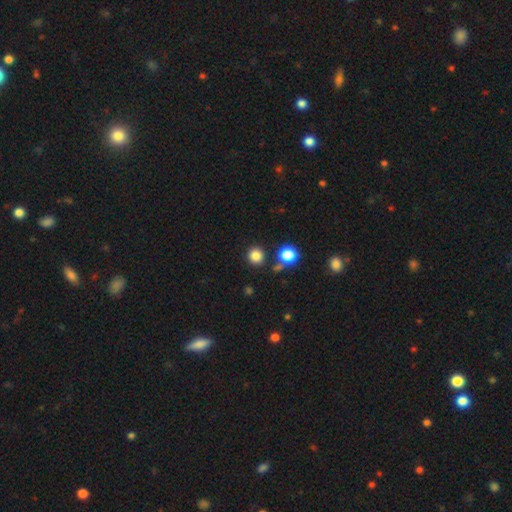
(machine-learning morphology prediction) smooth_or_featured: smooth (p=0.83) [alt: star or artifact p=0.13]
how_rounded: round (p=0.91) [alt: in between p=0.08]
merging: none (p=0.84) [alt: minor disturbance p=0.07]